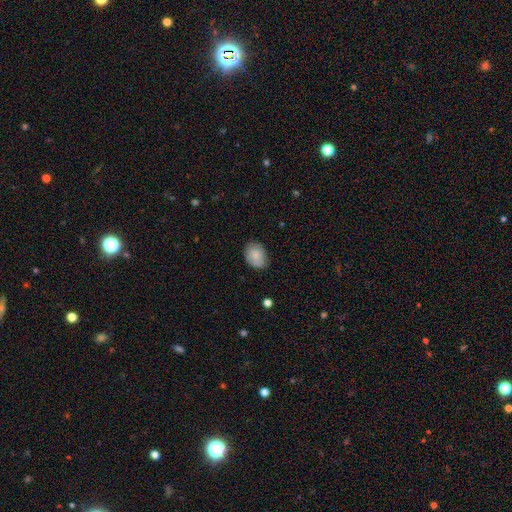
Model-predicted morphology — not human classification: A smooth galaxy with no disk features (84%) that is in between round and cigar-shaped (71%). Merging: none (79%).